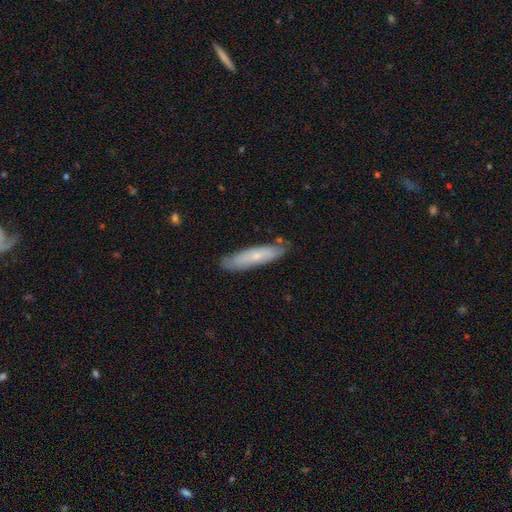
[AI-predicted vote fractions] This is possibly a smooth galaxy (59%). How rounded: likely cigar-shaped (78%). Merging: likely none (79%).